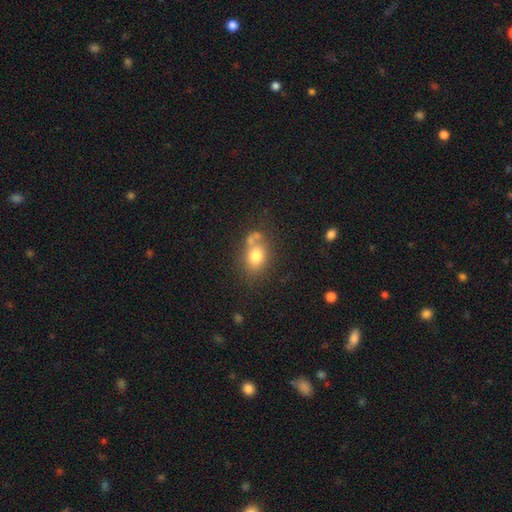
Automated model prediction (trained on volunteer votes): Smooth or featured? smooth (75%)
How rounded? in between (61%)
Merging? none (50%)